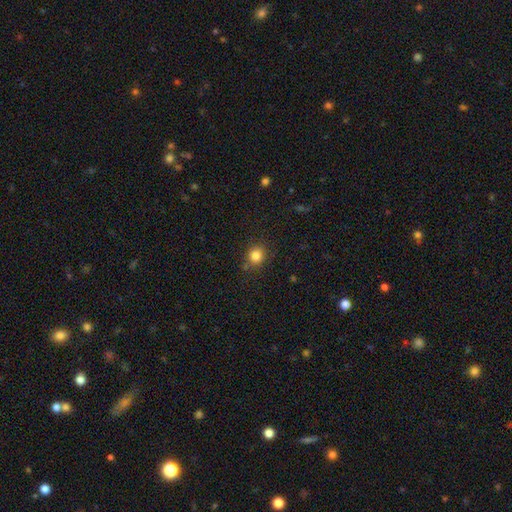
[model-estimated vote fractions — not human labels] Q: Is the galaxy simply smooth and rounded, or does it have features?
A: smooth — 84%.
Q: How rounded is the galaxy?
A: round — 86%.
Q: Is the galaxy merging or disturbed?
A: none — 81%.